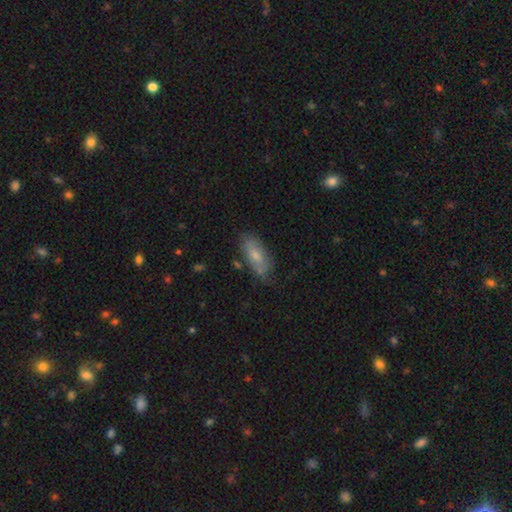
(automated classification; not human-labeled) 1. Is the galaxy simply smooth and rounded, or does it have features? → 68% smooth, 25% featured or disk, 6% star or artifact.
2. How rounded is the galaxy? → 80% in between, 17% cigar-shaped, 2% round.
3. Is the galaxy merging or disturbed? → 66% none, 25% minor disturbance, 6% major disturbance, 4% merger.